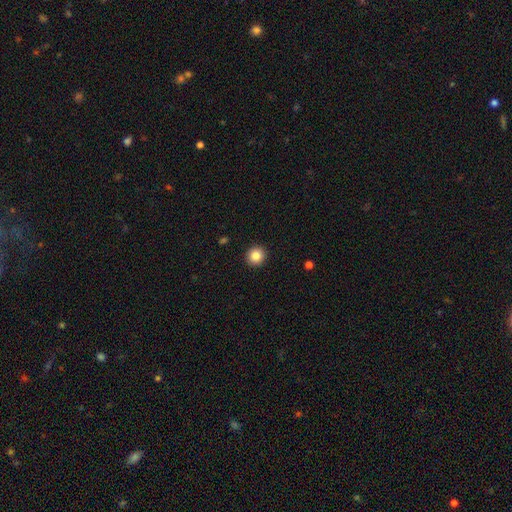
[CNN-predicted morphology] This is clearly a smooth galaxy (84%). How rounded: clearly round (94%). Merging: clearly none (93%).